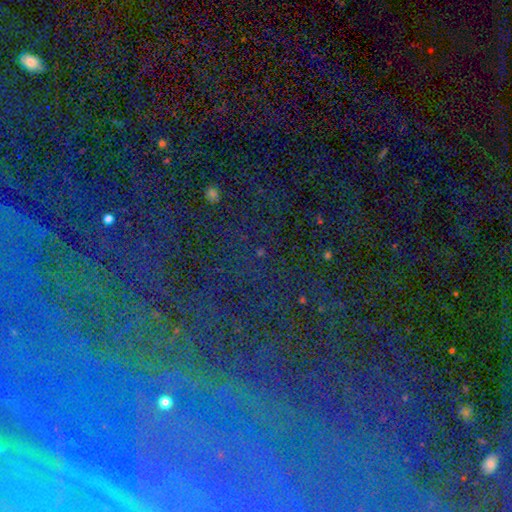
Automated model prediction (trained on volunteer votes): The model was most divided on "smooth or featured": star or artifact: 71%, featured or disk: 17%, smooth: 13%.